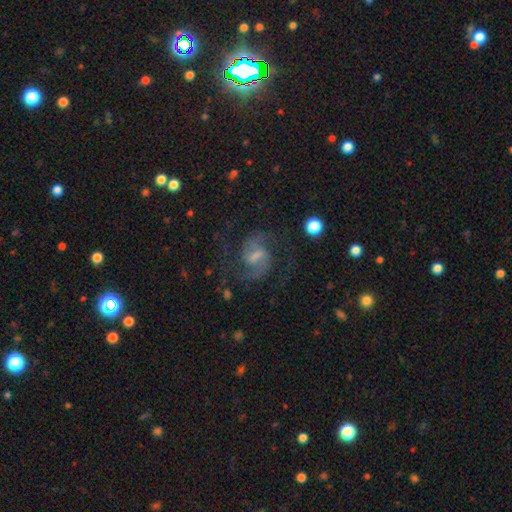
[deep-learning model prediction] A featured or disk galaxy (86%) with a weak bar (60%), 2 (91%) medium (62%) spiral arms (97%) and a small central bulge (40%).

Vote fractions:
- Smooth or featured? featured or disk: 86% / smooth: 7% / star or artifact: 7%
- Edge-on disk? no: 98% / yes: 2%
- Bar? weak: 60% / strong: 24% / no: 15%
- Spiral arms? yes: 97% / no: 3%
- Spiral winding? medium: 62% / loose: 21% / tight: 17%
- Spiral arm count? 2: 91% / can't tell: 3% / 3: 2% / 1: 2% / 4: 1% / more than 4: 1%
- Bulge size? small: 40% / moderate: 31% / none: 22% / large: 6% / dominant: 1%
- Merging? none: 74% / minor disturbance: 14% / major disturbance: 10% / merger: 2%